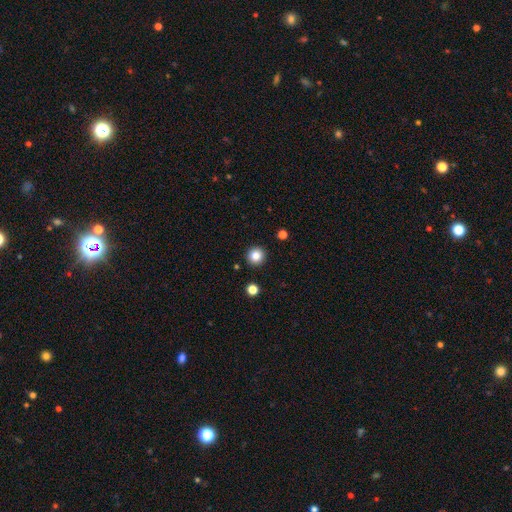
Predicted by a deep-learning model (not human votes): Smooth or featured: smooth — 84% (star or artifact — 11%)
How rounded: round — 95% (in between — 4%)
Merging: none — 92% (minor disturbance — 5%)